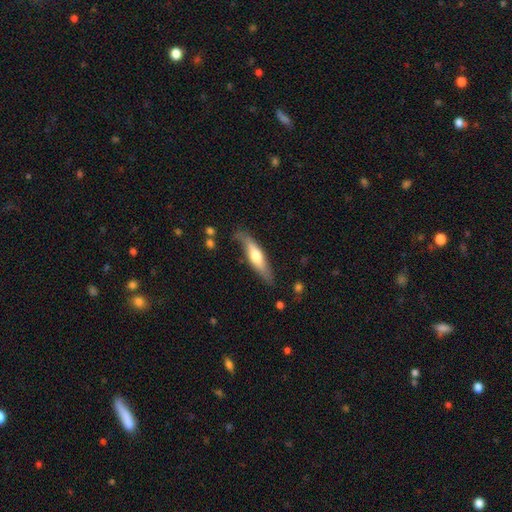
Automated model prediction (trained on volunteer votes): Smooth or featured: smooth — 48% (featured or disk — 47%)
Merging: none — 73% (minor disturbance — 19%)